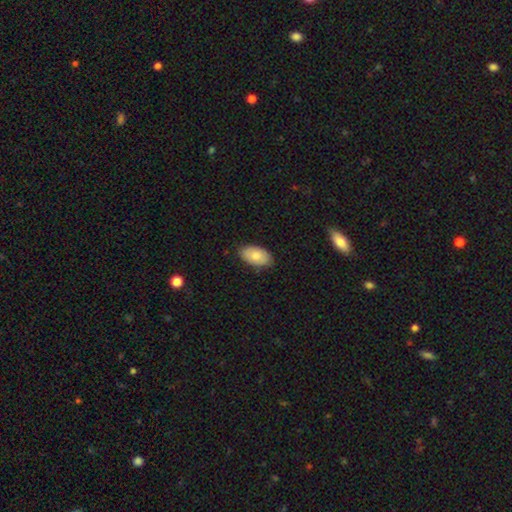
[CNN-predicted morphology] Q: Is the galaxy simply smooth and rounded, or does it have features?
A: smooth — 83%.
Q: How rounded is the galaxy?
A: in between — 95%.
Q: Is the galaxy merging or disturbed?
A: none — 83%.